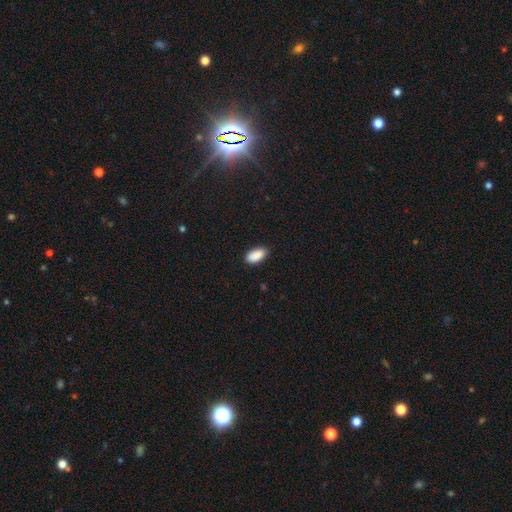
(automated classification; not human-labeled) Smooth or featured? Predicted: smooth (p=0.90). How rounded? Predicted: in between (p=0.93). Merging? Predicted: none (p=0.85).